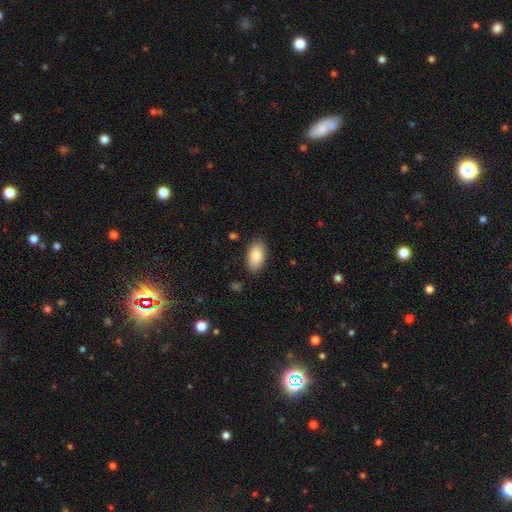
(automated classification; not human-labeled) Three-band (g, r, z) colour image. It shows a smooth galaxy with no disk features (86%) that is in between round and cigar-shaped (94%). Merging: none (84%).